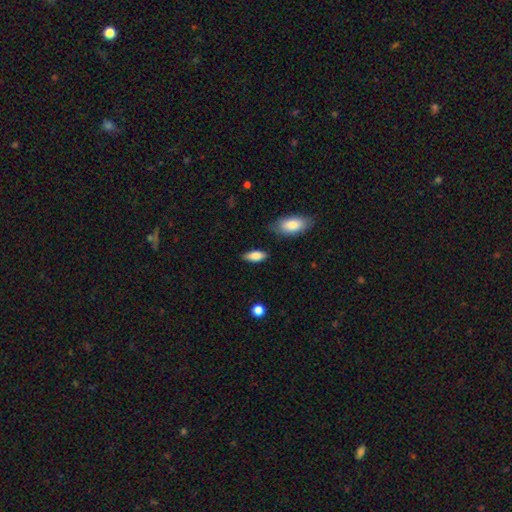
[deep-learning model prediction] The model was most divided on "merging": none: 81%, minor disturbance: 14%, major disturbance: 3%, merger: 2%. More confident: smooth or featured — smooth (85%); how rounded — in between (85%).